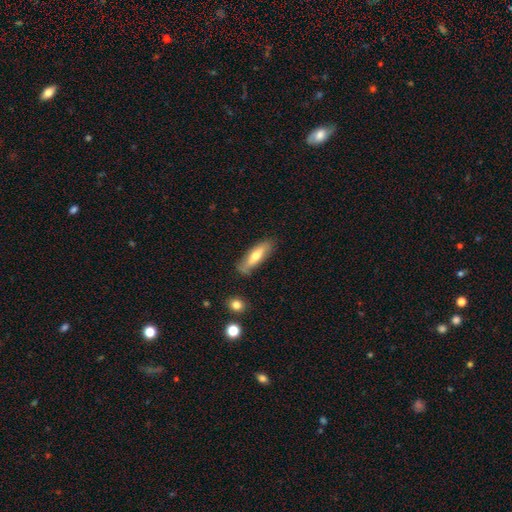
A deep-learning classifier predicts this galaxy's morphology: This appears to be a smooth galaxy with no disk features (57%) that is cigar-shaped (58%). Merging: none (77%).